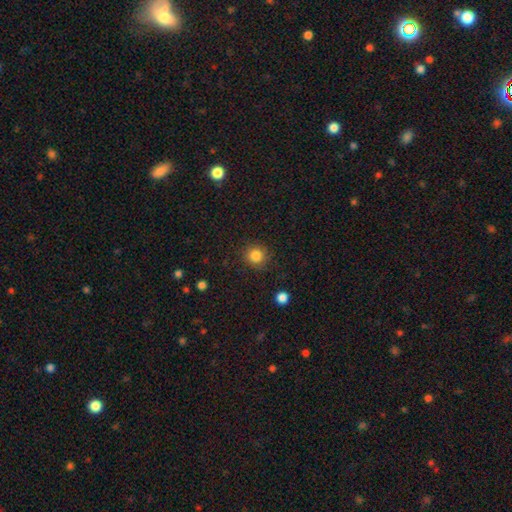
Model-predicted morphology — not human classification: smooth 84%, star or artifact 11%, featured or disk 5%. Down the decision tree: how rounded — round (92%); merging — none (87%).